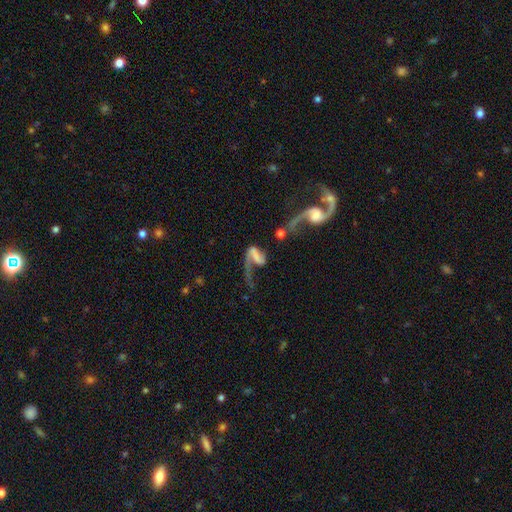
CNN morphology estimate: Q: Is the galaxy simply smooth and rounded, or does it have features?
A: featured or disk — 65%.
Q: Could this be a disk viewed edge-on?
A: no — 96%.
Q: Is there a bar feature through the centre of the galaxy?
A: no — 37%.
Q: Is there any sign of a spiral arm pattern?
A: yes — 78%.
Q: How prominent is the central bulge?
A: none — 59%.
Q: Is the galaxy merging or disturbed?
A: major disturbance — 41%.